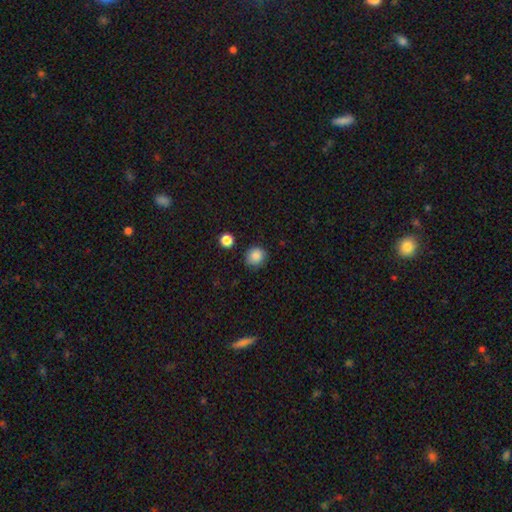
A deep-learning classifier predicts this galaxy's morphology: This is clearly a smooth galaxy (87%). How rounded: clearly round (88%). Merging: clearly none (86%).